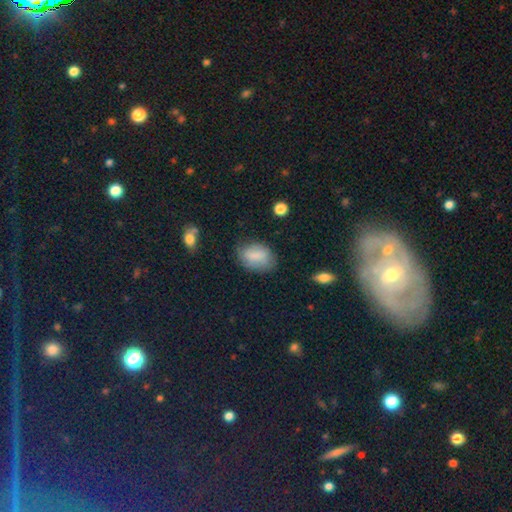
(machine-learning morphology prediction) Smooth or featured? smooth (74%)
How rounded? in between (81%)
Merging? none (65%)